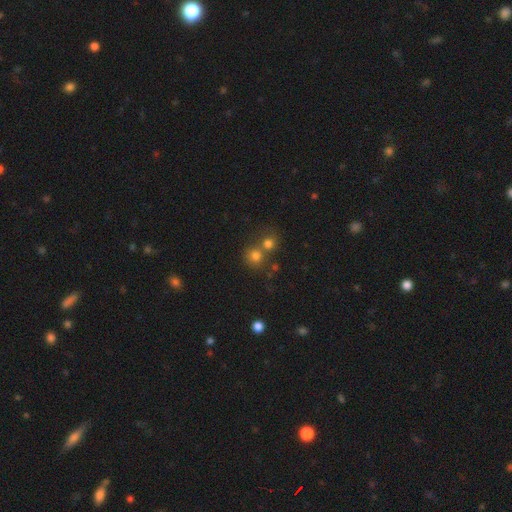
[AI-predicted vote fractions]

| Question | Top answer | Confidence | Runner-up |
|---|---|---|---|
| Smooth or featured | smooth | 75% | star or artifact (16%) |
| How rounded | round | 88% | in between (11%) |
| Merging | none | 51% | merger (40%) |